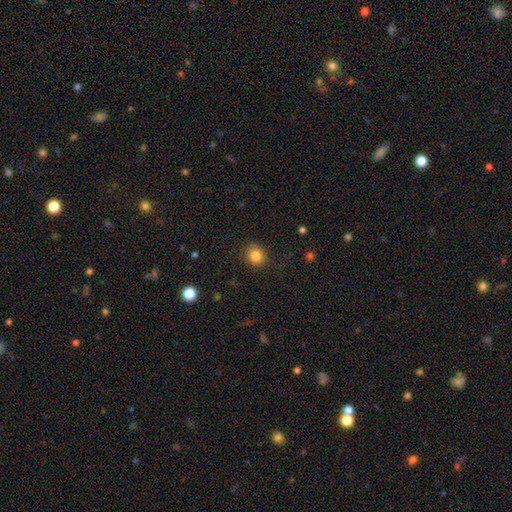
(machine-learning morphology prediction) type=smooth (84%); roundness=round (83%); merging=none (82%).